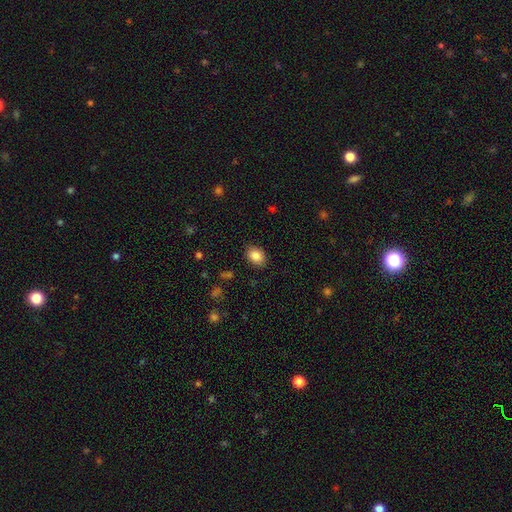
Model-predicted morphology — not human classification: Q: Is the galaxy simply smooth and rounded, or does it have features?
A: smooth — 86%.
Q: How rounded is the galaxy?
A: in between — 71%.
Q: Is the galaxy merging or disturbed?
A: none — 86%.